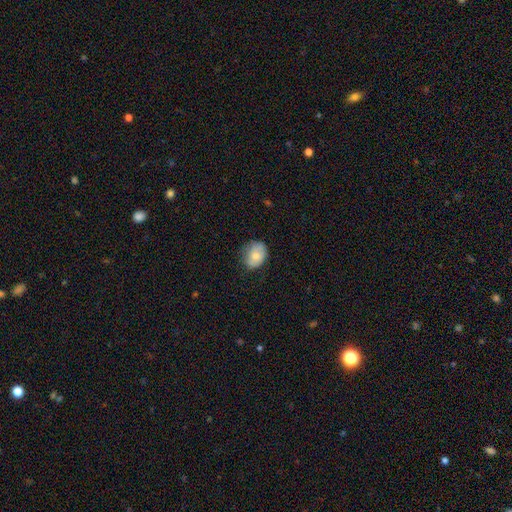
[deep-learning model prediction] Smooth or featured?
  - smooth: 78% *
  - featured or disk: 15%
  - star or artifact: 7%
How rounded?
  - in between: 55% *
  - round: 44%
  - cigar-shaped: 1%
Merging?
  - none: 67% *
  - minor disturbance: 26%
  - major disturbance: 6%
  - merger: 1%